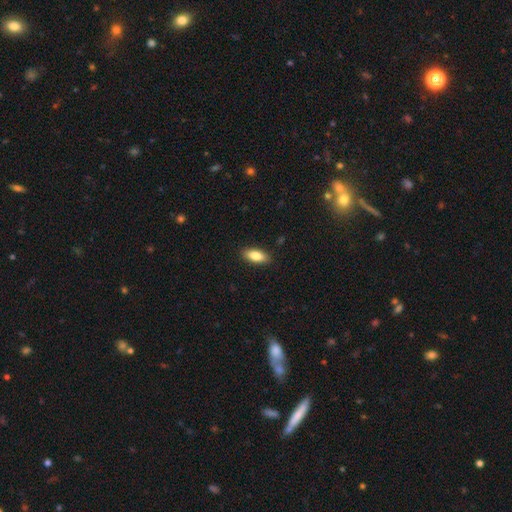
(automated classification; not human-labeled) Q: Smooth or featured?
A: smooth (84%); runner-up: featured or disk (10%)
Q: How rounded?
A: in between (83%); runner-up: cigar-shaped (14%)
Q: Merging?
A: none (89%); runner-up: minor disturbance (8%)